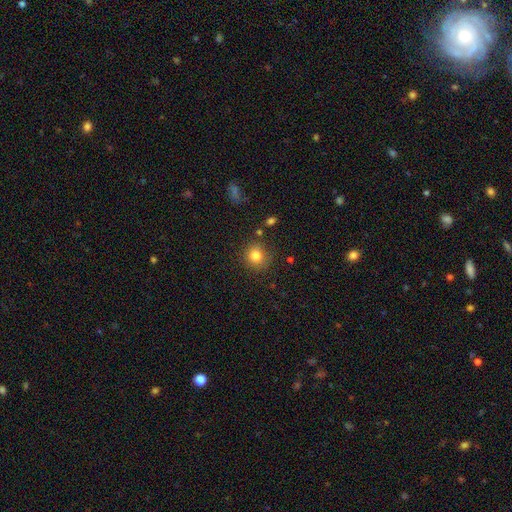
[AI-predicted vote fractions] smooth-or-featured: smooth: 82% | star or artifact: 11% | featured or disk: 7%
  how-rounded: round: 86% | in between: 13% | cigar-shaped: 1%
  merging: none: 80% | minor disturbance: 13% | major disturbance: 4% | merger: 3%